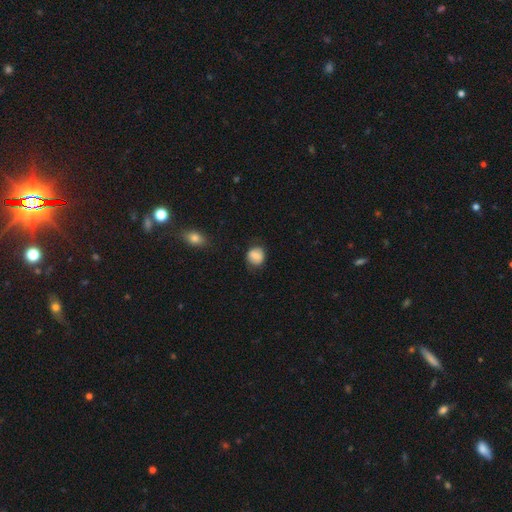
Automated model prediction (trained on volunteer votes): Smooth or featured?
  - smooth: 80% *
  - featured or disk: 12%
  - star or artifact: 8%
How rounded?
  - round: 74% *
  - in between: 25%
  - cigar-shaped: 1%
Merging?
  - none: 73% *
  - minor disturbance: 20%
  - major disturbance: 6%
  - merger: 2%